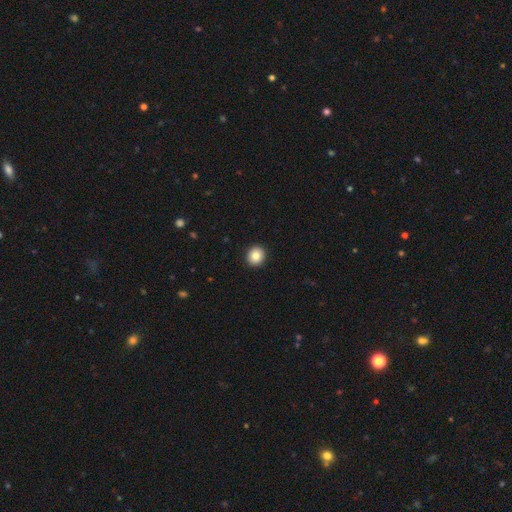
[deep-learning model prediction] smooth-or-featured: smooth: 84% | star or artifact: 9% | featured or disk: 7%
  how-rounded: round: 85% | in between: 14% | cigar-shaped: 1%
  merging: none: 93% | minor disturbance: 5% | major disturbance: 1% | merger: 1%